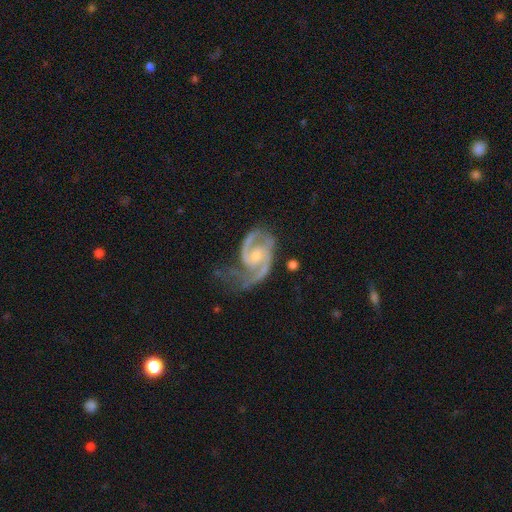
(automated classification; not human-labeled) Q: Smooth or featured?
A: featured or disk (92%); runner-up: star or artifact (5%)
Q: Edge-on disk?
A: no (98%); runner-up: yes (2%)
Q: Bar?
A: no (50%); runner-up: weak (39%)
Q: Spiral arms?
A: yes (98%); runner-up: no (2%)
Q: Spiral winding?
A: medium (58%); runner-up: tight (28%)
Q: Spiral arm count?
A: 2 (88%); runner-up: 3 (3%)
Q: Bulge size?
A: small (60%); runner-up: moderate (33%)
Q: Merging?
A: none (48%); runner-up: minor disturbance (26%)